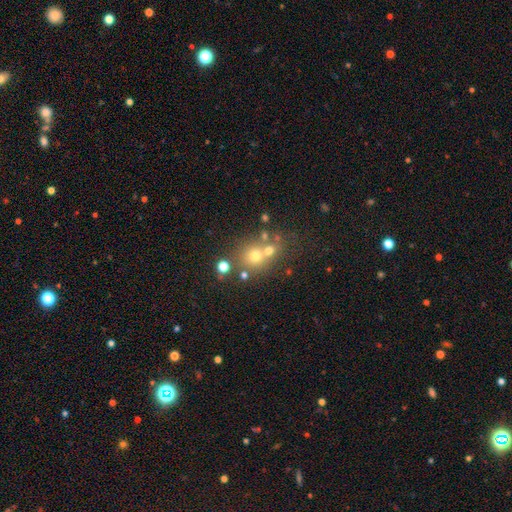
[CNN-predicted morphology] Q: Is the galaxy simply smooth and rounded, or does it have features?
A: smooth — 59%.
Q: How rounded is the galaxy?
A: round — 81%.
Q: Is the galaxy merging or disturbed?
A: none — 53%.